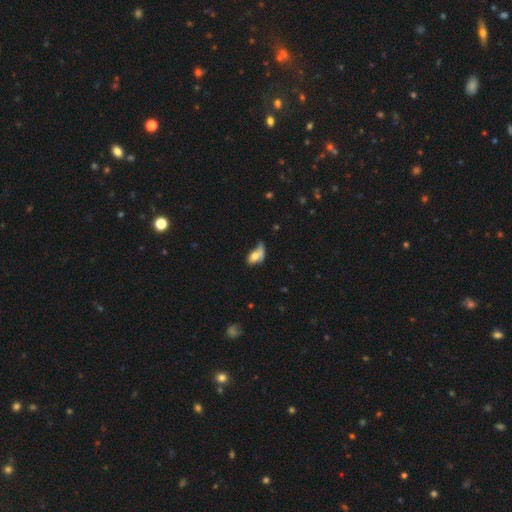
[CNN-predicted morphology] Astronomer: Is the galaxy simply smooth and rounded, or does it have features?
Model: smooth — 63%.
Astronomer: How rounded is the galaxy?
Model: in between — 81%.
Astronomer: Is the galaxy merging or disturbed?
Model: major disturbance — 33% (runner-up: minor disturbance, 25%).